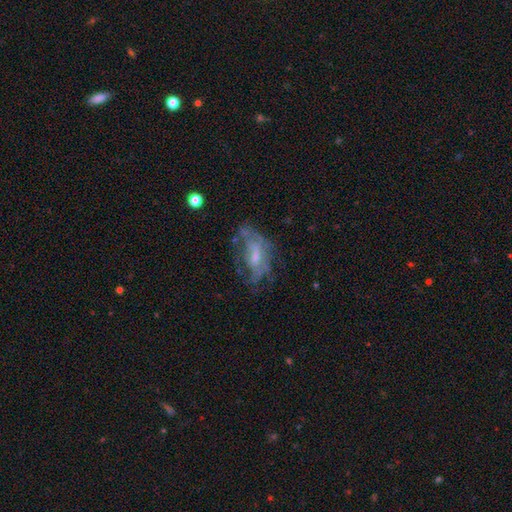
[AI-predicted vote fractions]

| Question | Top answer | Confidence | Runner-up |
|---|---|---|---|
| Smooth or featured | featured or disk | 64% | smooth (26%) |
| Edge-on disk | no | 93% | yes (7%) |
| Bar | no | 58% | weak (34%) |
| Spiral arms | no | 55% | yes (45%) |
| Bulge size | small | 43% | moderate (40%) |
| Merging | none | 45% | major disturbance (28%) |